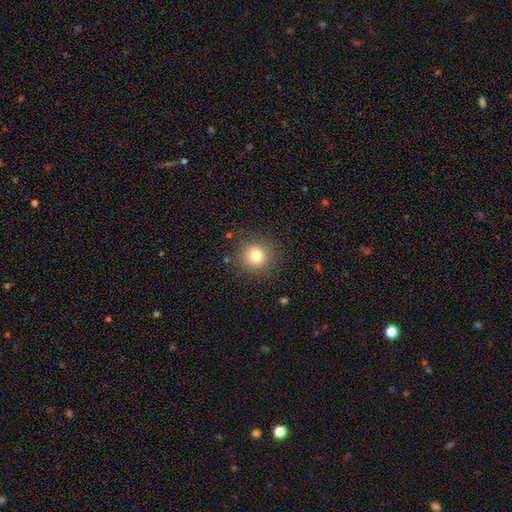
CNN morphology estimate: Overall: smooth (79%). How rounded: round (93%). Merging: none (87%).